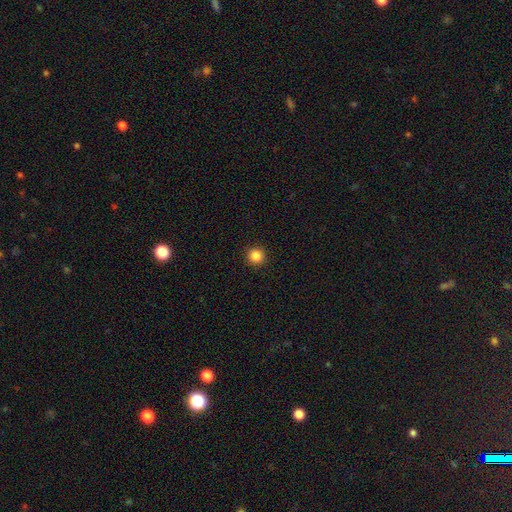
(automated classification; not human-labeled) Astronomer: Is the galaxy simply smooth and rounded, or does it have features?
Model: smooth — 86%.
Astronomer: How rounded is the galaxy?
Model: round — 95%.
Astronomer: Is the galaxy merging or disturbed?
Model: none — 93%.